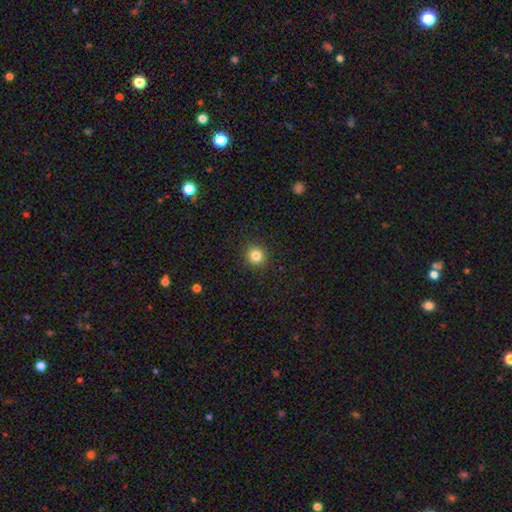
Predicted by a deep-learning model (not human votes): This appears to be a smooth galaxy with no disk features (83%) that is round (92%). Merging: none (92%).